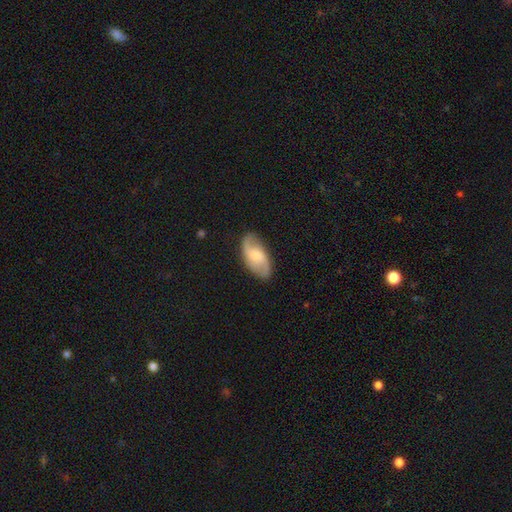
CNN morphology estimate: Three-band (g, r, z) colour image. It shows a featured or disk galaxy (66%) with no bar (47%), 2 (90%) loose (52%) spiral arms (94%) and a moderate central bulge (38%). Merging: none (82%).